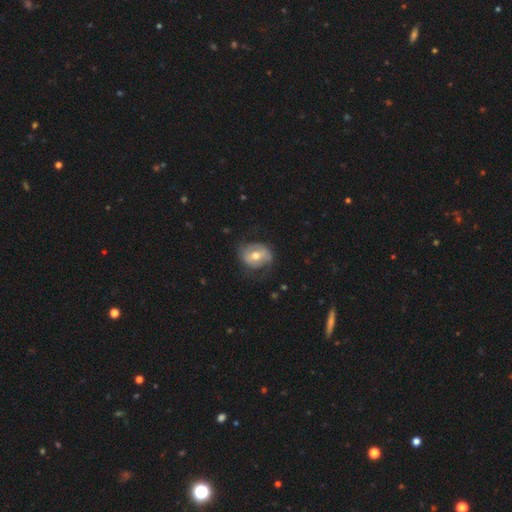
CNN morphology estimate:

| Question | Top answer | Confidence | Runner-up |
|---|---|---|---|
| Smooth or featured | featured or disk | 51% | smooth (42%) |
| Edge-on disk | no | 95% | yes (5%) |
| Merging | none | 63% | minor disturbance (23%) |